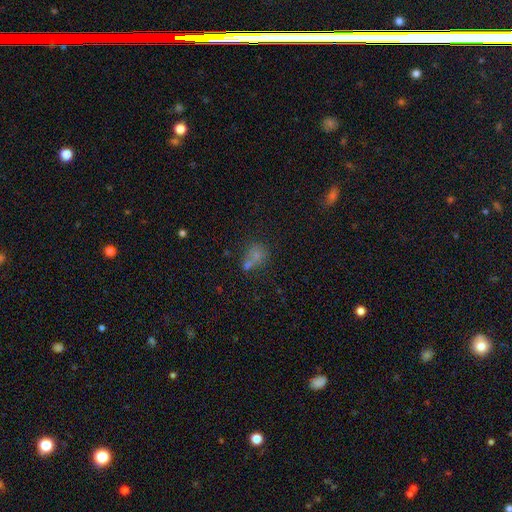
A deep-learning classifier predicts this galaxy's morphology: Smooth or featured? Predicted: smooth (p=0.58). How rounded? Predicted: round (p=0.51). Merging? Predicted: none (p=0.39).